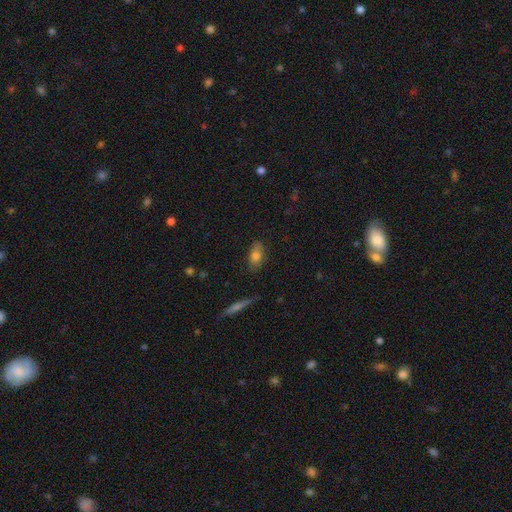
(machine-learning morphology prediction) Smooth or featured? smooth (77%)
How rounded? in between (86%)
Merging? none (78%)